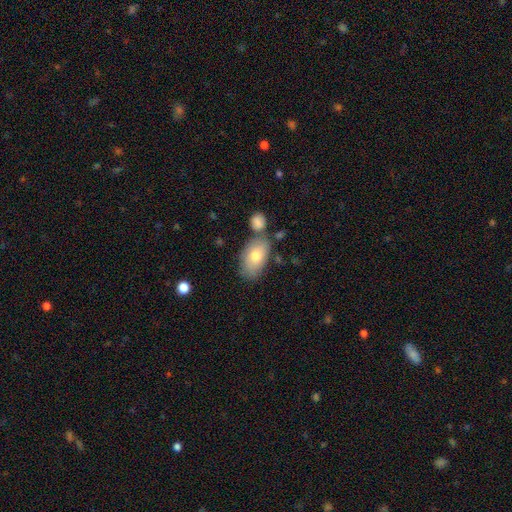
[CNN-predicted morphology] Q: Smooth or featured?
A: smooth (74%); runner-up: featured or disk (20%)
Q: How rounded?
A: in between (92%); runner-up: round (6%)
Q: Merging?
A: none (60%); runner-up: minor disturbance (18%)